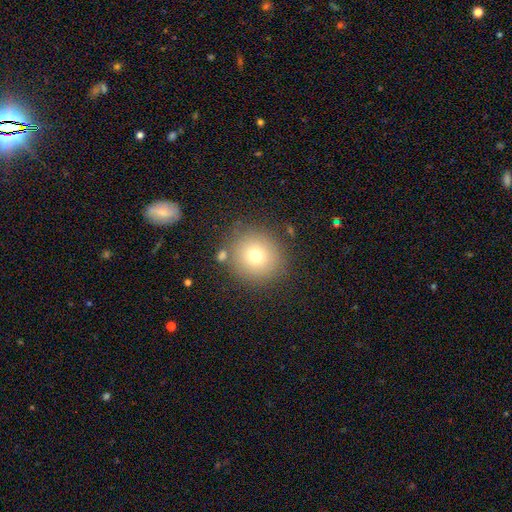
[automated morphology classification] Overall: smooth (73%). How rounded: round (91%). Merging: none (83%).